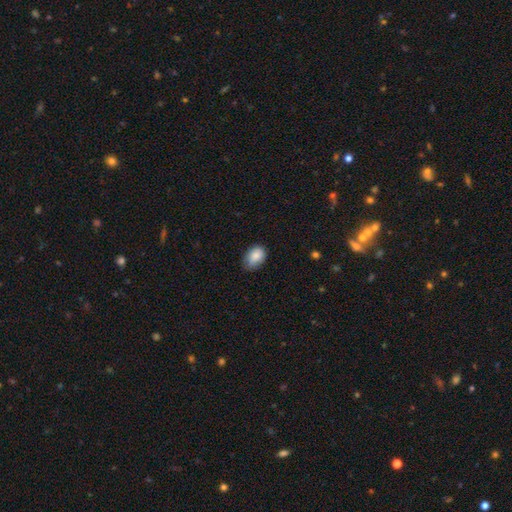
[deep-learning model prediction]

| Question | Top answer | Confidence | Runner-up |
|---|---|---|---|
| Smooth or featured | smooth | 85% | star or artifact (8%) |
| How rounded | in between | 78% | round (21%) |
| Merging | none | 61% | minor disturbance (32%) |